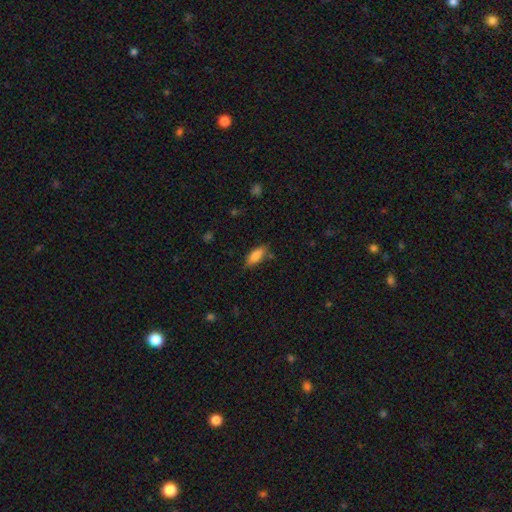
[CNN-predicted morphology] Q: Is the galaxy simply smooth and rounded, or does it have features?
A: smooth — 84%.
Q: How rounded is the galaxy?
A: in between — 79%.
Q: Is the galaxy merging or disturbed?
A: none — 77%.